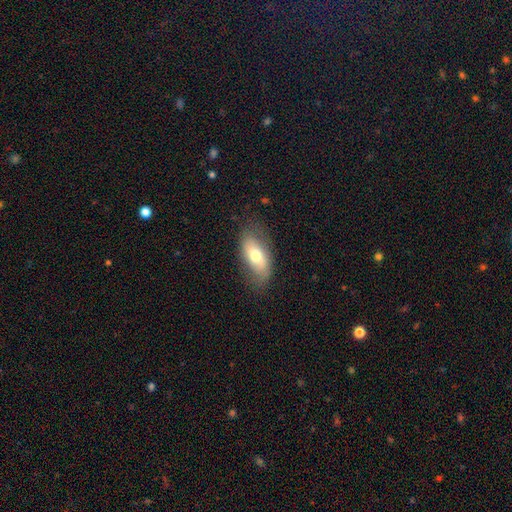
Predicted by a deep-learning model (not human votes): smooth 64%, featured or disk 30%, star or artifact 7%. Down the decision tree: how rounded — in between (88%); merging — none (72%).